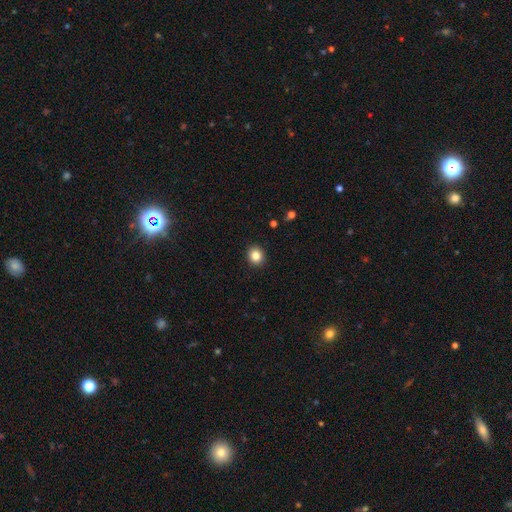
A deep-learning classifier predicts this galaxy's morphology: This appears to be a smooth galaxy with no disk features (85%) that is round (82%). Merging: none (92%).